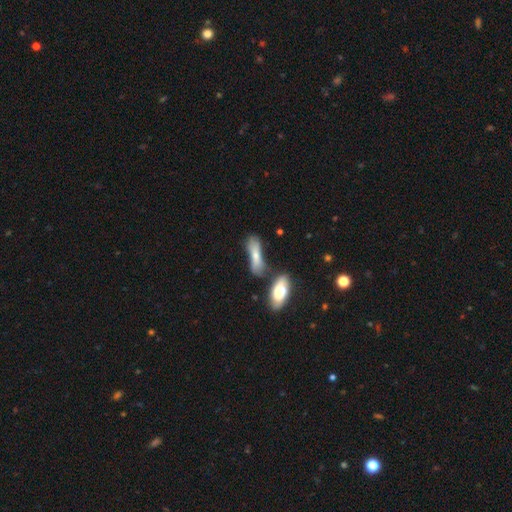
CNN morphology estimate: smooth_or_featured: smooth (p=0.67) [alt: featured or disk p=0.24]
how_rounded: in between (p=0.53) [alt: cigar-shaped p=0.43]
merging: none (p=0.45) [alt: minor disturbance p=0.22]